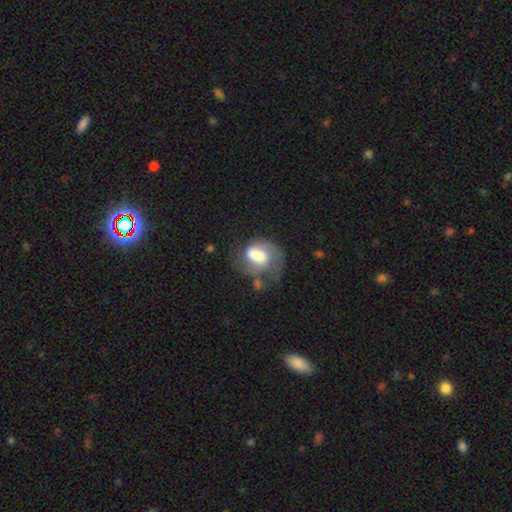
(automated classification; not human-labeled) smooth_or_featured: smooth (p=0.48) [alt: featured or disk p=0.44]
merging: major disturbance (p=0.37) [alt: none p=0.29]